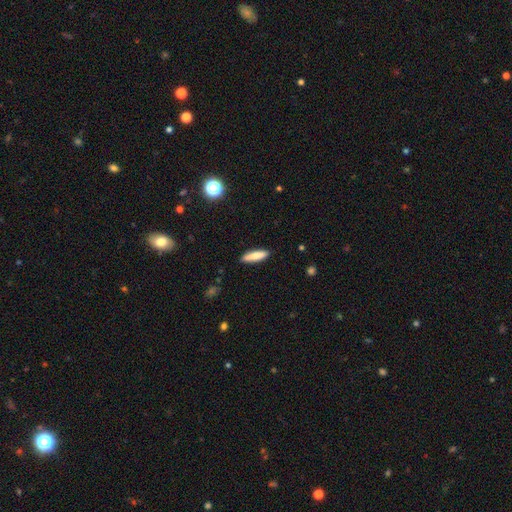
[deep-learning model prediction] Smooth or featured? Predicted: smooth (p=0.81). How rounded? Predicted: cigar-shaped (p=0.70). Merging? Predicted: none (p=0.89).